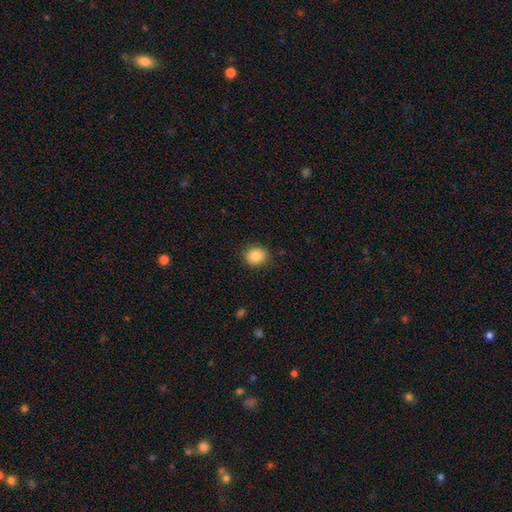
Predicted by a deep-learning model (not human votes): Morphology: type=smooth (87%); roundness=round (73%); merging=none (88%).